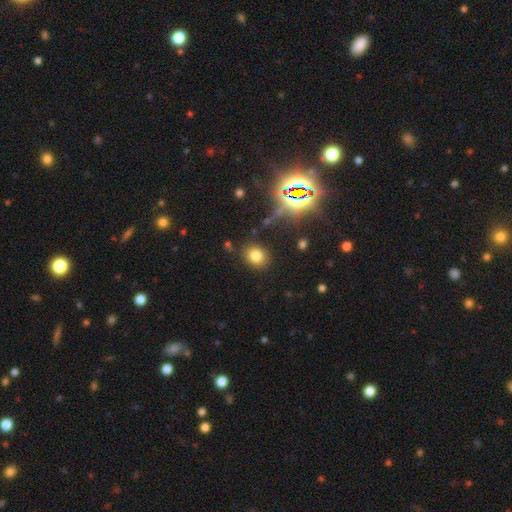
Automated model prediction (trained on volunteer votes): A smooth galaxy with no disk features (75%) that is round (66%). Merging: none (85%).